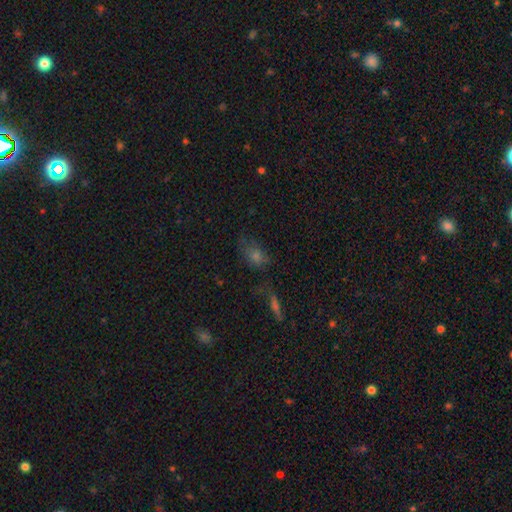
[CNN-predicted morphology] smooth-or-featured: smooth: 56% | star or artifact: 25% | featured or disk: 19%
  how-rounded: in between: 69% | round: 25% | cigar-shaped: 6%
  merging: none: 59% | minor disturbance: 23% | major disturbance: 13% | merger: 5%